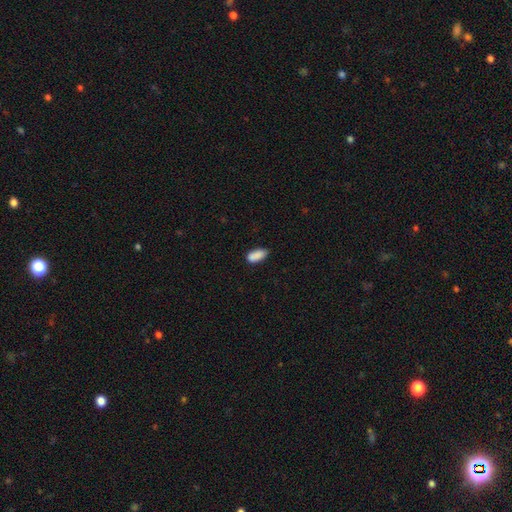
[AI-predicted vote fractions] Smooth or featured?
  - smooth: 88% *
  - star or artifact: 7%
  - featured or disk: 5%
How rounded?
  - in between: 88% *
  - cigar-shaped: 10%
  - round: 2%
Merging?
  - none: 68% *
  - minor disturbance: 25%
  - major disturbance: 4%
  - merger: 3%